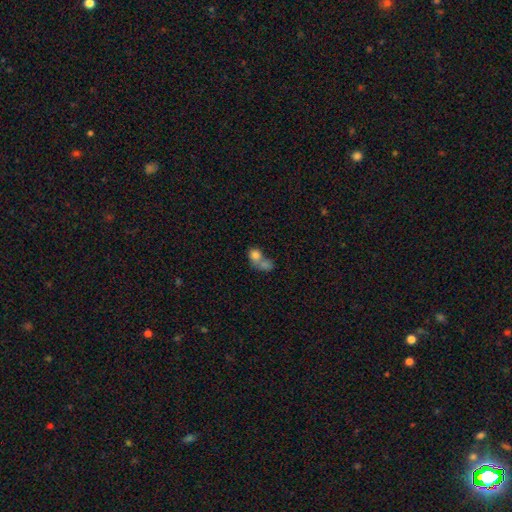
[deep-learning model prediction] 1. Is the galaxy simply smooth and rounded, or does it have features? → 77% smooth, 14% featured or disk, 9% star or artifact.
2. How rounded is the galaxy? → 57% round, 41% in between, 2% cigar-shaped.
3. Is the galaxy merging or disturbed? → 70% merger, 18% none, 6% minor disturbance, 5% major disturbance.